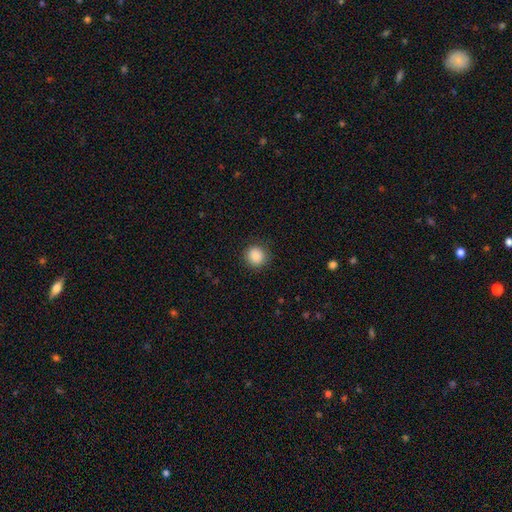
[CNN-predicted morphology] Q: Smooth or featured?
A: smooth (87%); runner-up: star or artifact (9%)
Q: How rounded?
A: round (92%); runner-up: in between (7%)
Q: Merging?
A: none (89%); runner-up: minor disturbance (7%)